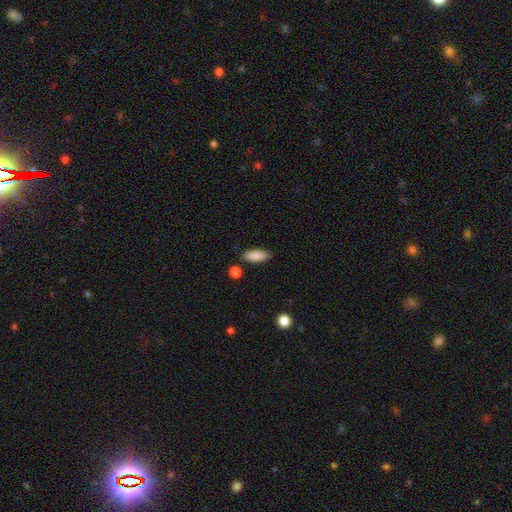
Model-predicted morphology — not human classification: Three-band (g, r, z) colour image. It shows a smooth galaxy with no disk features (87%) that is in between round and cigar-shaped (74%). Merging: none (84%).